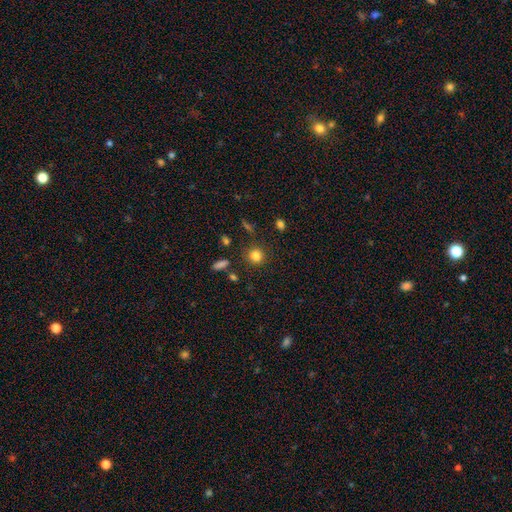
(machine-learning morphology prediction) smooth_or_featured: smooth (p=0.82) [alt: star or artifact p=0.12]
how_rounded: round (p=0.86) [alt: in between p=0.13]
merging: none (p=0.84) [alt: minor disturbance p=0.09]